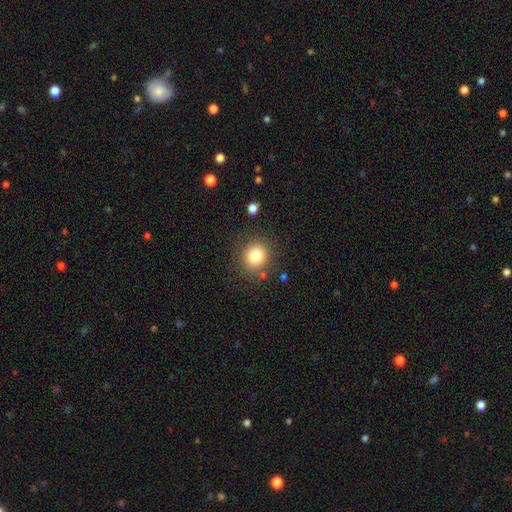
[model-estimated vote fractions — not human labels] A smooth galaxy with no disk features (81%) that is round (83%). Merging: none (85%).